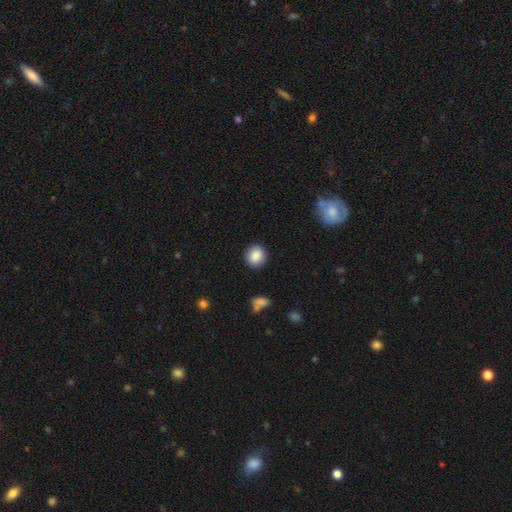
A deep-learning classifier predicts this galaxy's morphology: This appears to be a smooth galaxy with no disk features (88%) that is round (84%). Merging: none (90%).